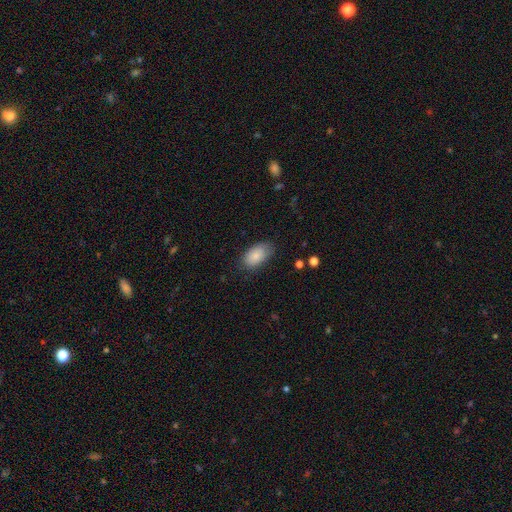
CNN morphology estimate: type=smooth (83%); roundness=in between (94%); merging=none (76%).